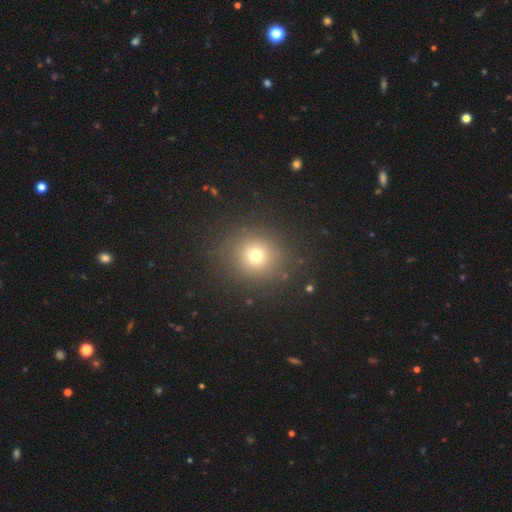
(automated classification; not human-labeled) Morphology: type=smooth (71%); roundness=round (89%); merging=none (88%).